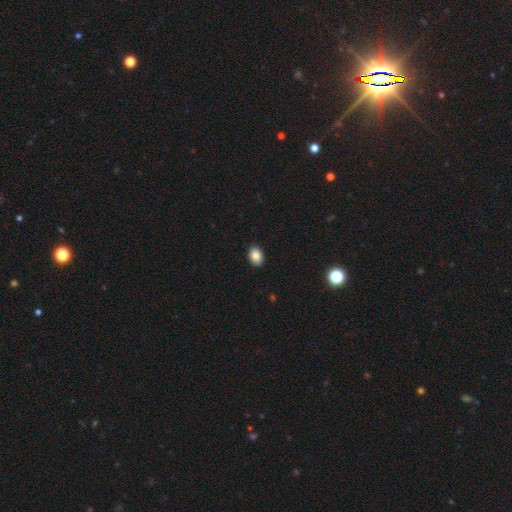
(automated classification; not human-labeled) The model was most divided on "how rounded": in between: 76%, round: 23%, cigar-shaped: 1%. More confident: merging — none (91%); smooth or featured — smooth (86%).